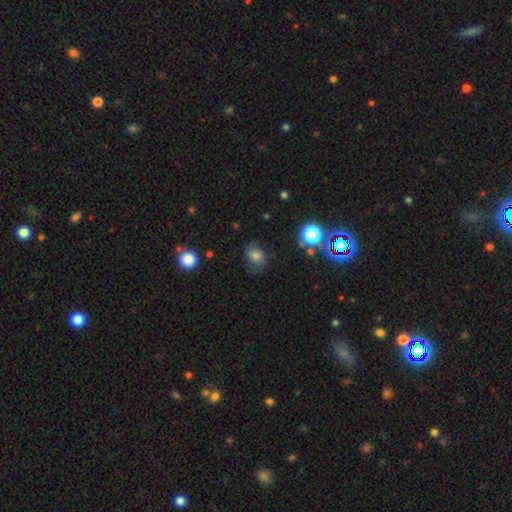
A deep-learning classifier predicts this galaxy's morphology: smooth-or-featured: smooth: 60% | featured or disk: 25% | star or artifact: 15%
  how-rounded: round: 54% | in between: 45% | cigar-shaped: 1%
  merging: none: 64% | minor disturbance: 24% | major disturbance: 11% | merger: 2%